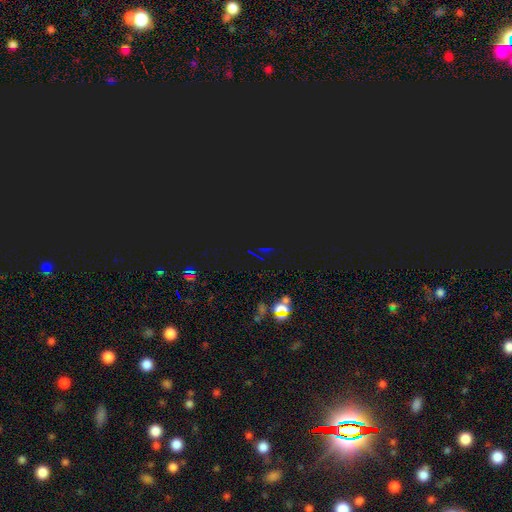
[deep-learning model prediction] star or artifact 80%, smooth 12%, featured or disk 8%.